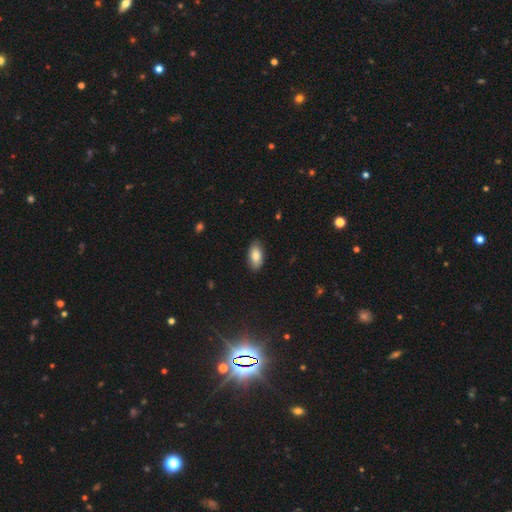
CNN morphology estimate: Smooth or featured?
  - smooth: 82% *
  - featured or disk: 11%
  - star or artifact: 7%
How rounded?
  - in between: 93% *
  - cigar-shaped: 4%
  - round: 3%
Merging?
  - none: 87% *
  - minor disturbance: 10%
  - major disturbance: 2%
  - merger: 1%